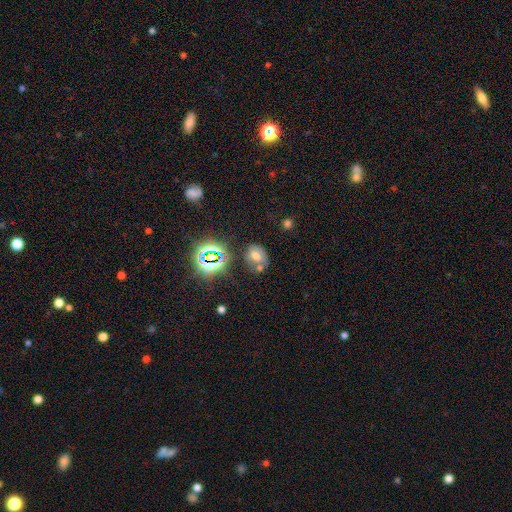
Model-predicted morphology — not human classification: A smooth galaxy with no disk features (50%).

Vote fractions:
- Smooth or featured? smooth: 50% / star or artifact: 27% / featured or disk: 23%
- Merging? none: 53% / minor disturbance: 20% / merger: 19% / major disturbance: 9%